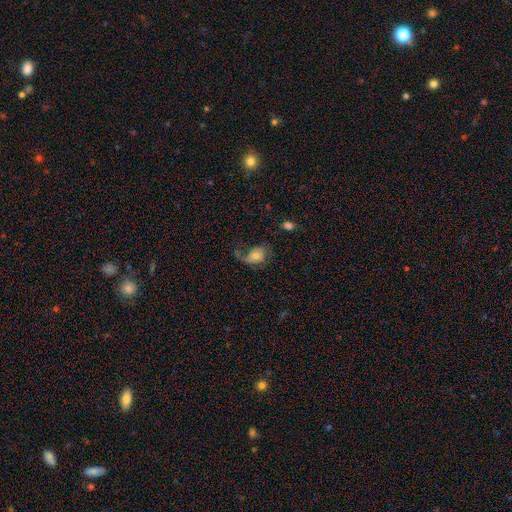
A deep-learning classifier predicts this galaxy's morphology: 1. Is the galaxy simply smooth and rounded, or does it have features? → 49% smooth, 42% featured or disk, 9% star or artifact.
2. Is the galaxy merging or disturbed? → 41% major disturbance, 31% none, 24% minor disturbance, 4% merger.